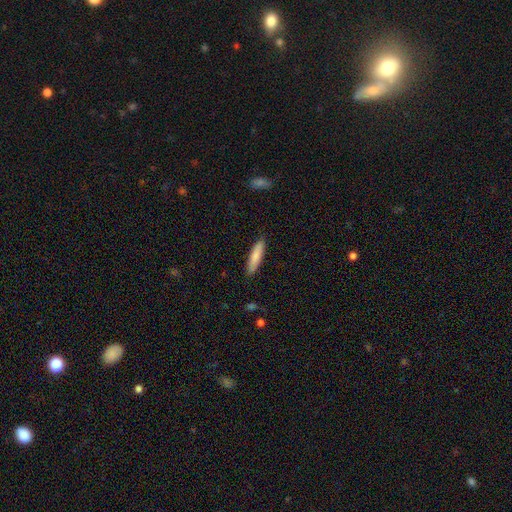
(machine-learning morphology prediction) Q: Smooth or featured?
A: smooth (83%); runner-up: featured or disk (11%)
Q: How rounded?
A: cigar-shaped (75%); runner-up: in between (24%)
Q: Merging?
A: none (88%); runner-up: minor disturbance (9%)